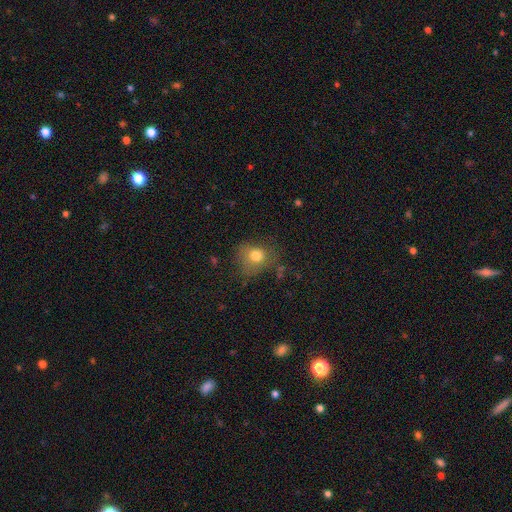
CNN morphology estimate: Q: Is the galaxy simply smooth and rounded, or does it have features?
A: smooth — 75%.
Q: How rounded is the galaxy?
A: round — 65%.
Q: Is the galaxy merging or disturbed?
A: none — 53%.